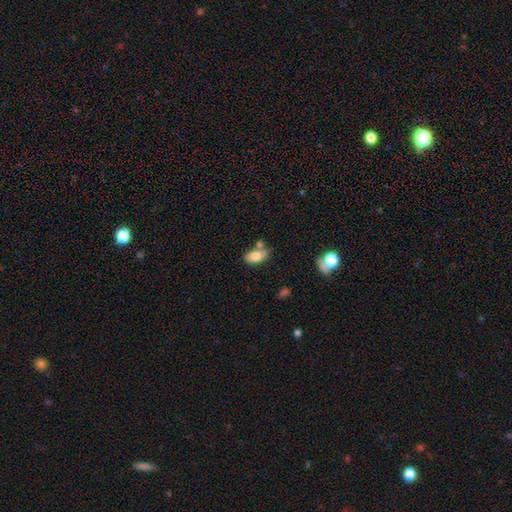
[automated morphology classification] Smooth or featured?
  - smooth: 75% *
  - featured or disk: 17%
  - star or artifact: 8%
How rounded?
  - in between: 91% *
  - round: 7%
  - cigar-shaped: 2%
Merging?
  - none: 59% *
  - merger: 19%
  - minor disturbance: 17%
  - major disturbance: 4%